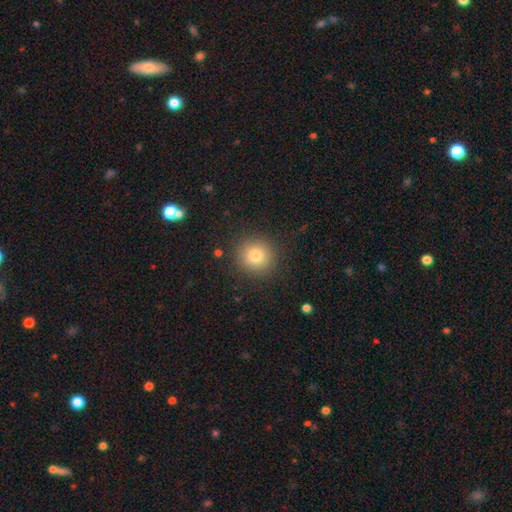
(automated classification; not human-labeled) Smooth or featured? Predicted: smooth (p=0.80). How rounded? Predicted: round (p=0.93). Merging? Predicted: none (p=0.89).